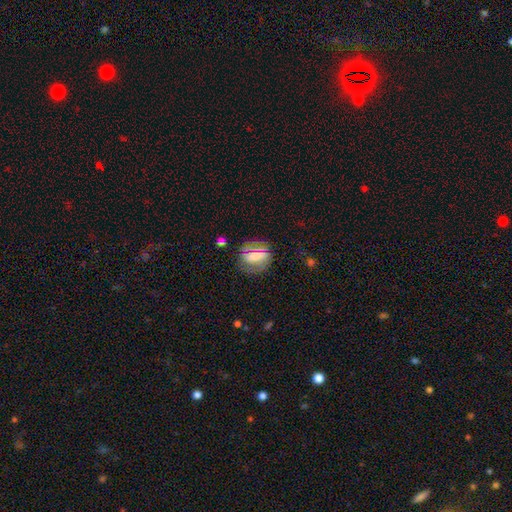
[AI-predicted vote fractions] smooth 59%, featured or disk 24%, star or artifact 17%. Down the decision tree: how rounded — round (51%); merging — none (72%).